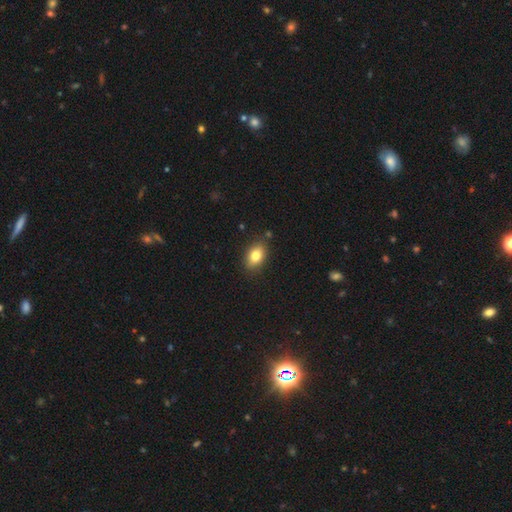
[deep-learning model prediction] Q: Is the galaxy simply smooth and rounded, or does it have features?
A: smooth — 80%.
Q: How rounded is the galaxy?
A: in between — 83%.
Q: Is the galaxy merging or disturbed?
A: none — 84%.